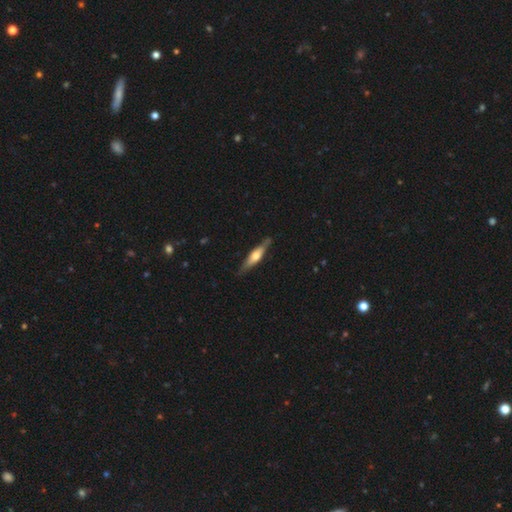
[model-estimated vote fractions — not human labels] smooth-or-featured: featured or disk: 56% | smooth: 39% | star or artifact: 5%
  disk-edge-on: yes: 90% | no: 10%
    edge-on-bulge: rounded: 84% | boxy: 10% | none: 5%
  merging: none: 81% | minor disturbance: 15% | major disturbance: 3% | merger: 2%